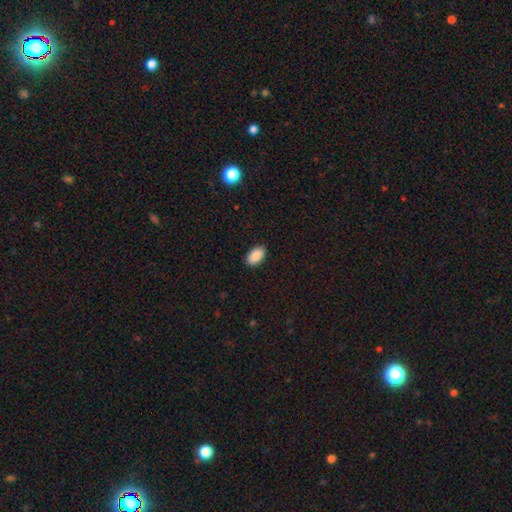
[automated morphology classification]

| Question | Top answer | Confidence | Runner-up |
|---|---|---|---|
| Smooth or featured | smooth | 90% | star or artifact (7%) |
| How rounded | in between | 94% | round (4%) |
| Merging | none | 89% | minor disturbance (9%) |